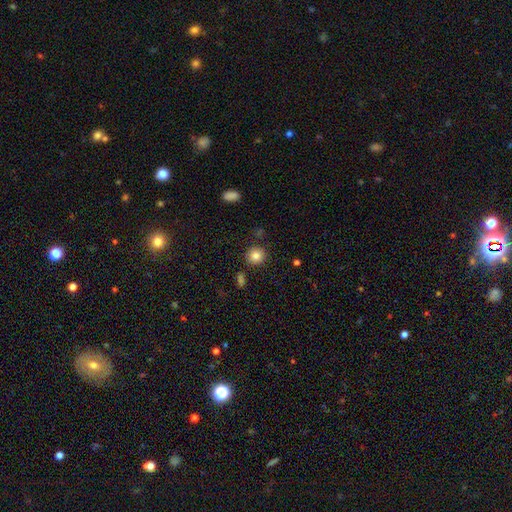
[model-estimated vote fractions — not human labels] smooth 85%, star or artifact 10%, featured or disk 6%. Down the decision tree: how rounded — round (89%); merging — none (86%).